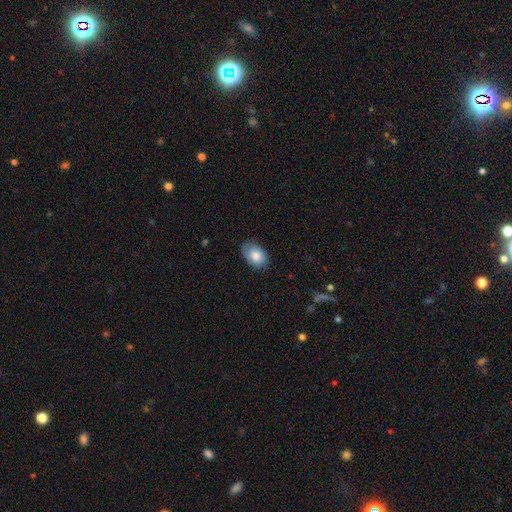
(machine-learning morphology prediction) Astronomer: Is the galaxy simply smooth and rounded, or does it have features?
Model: smooth — 83%.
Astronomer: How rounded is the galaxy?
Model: in between — 87%.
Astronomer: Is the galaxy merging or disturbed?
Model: none — 77%.